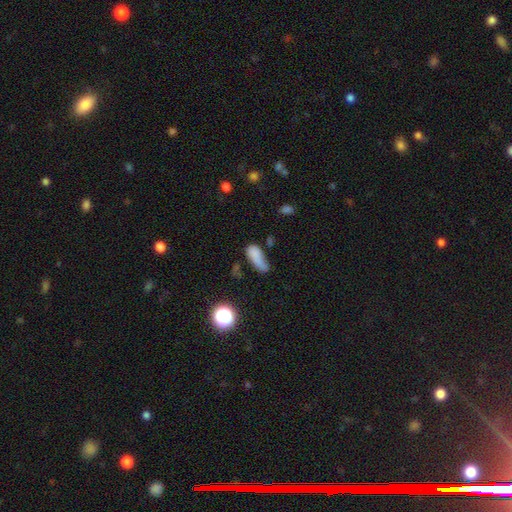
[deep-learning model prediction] The model was most divided on "merging": minor disturbance: 33%, none: 31%, major disturbance: 25%, merger: 11%. More confident: smooth or featured — smooth (75%); how rounded — in between (70%).